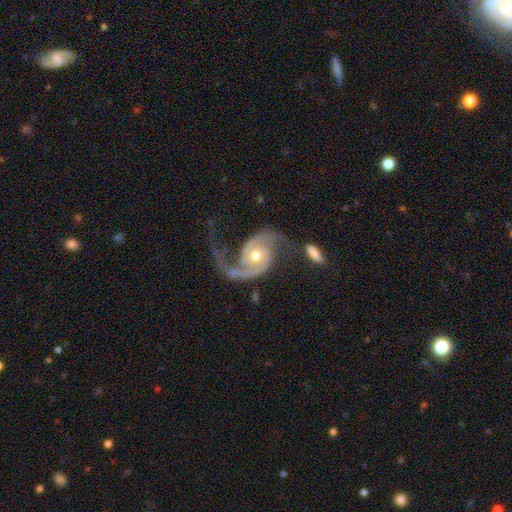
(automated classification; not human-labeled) Morphology: type=featured or disk (93%); edge-on=no (98%); bar=no (67%); spiral arms=yes (98%); winding=medium (45%); arm count=2 (92%); bulge=moderate (72%); merging=none (51%).